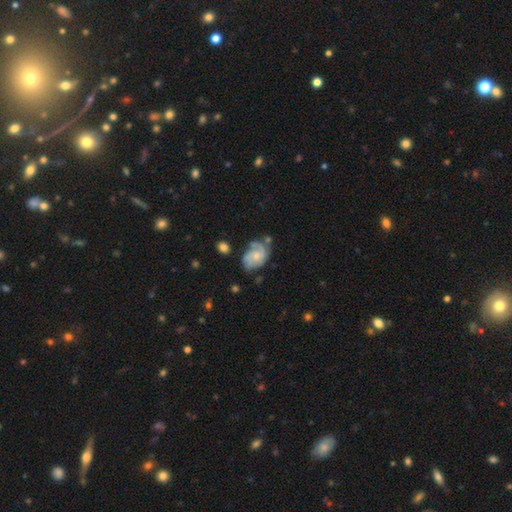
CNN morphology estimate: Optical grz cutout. It shows a featured or disk galaxy (77%) with no bar (71%), 2 (46%) tight (45%) spiral arms (93%) and a small central bulge (53%). Merging: none (54%).